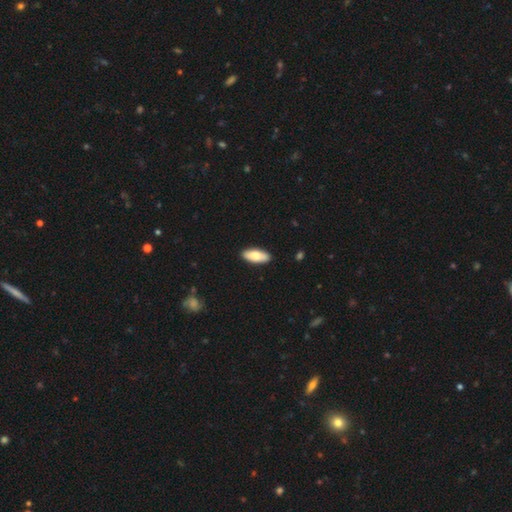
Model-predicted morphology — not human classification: smooth_or_featured: smooth (p=0.78) [alt: featured or disk p=0.17]
how_rounded: in between (p=0.82) [alt: cigar-shaped p=0.16]
merging: none (p=0.91) [alt: minor disturbance p=0.07]